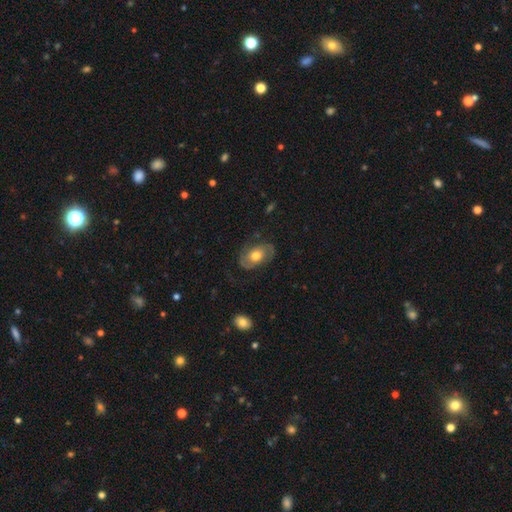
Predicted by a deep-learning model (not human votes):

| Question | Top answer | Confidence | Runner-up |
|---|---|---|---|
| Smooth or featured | featured or disk | 63% | smooth (30%) |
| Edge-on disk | no | 96% | yes (4%) |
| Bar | no | 76% | weak (19%) |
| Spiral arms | yes | 76% | no (24%) |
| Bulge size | moderate | 70% | large (20%) |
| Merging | none | 75% | minor disturbance (16%) |